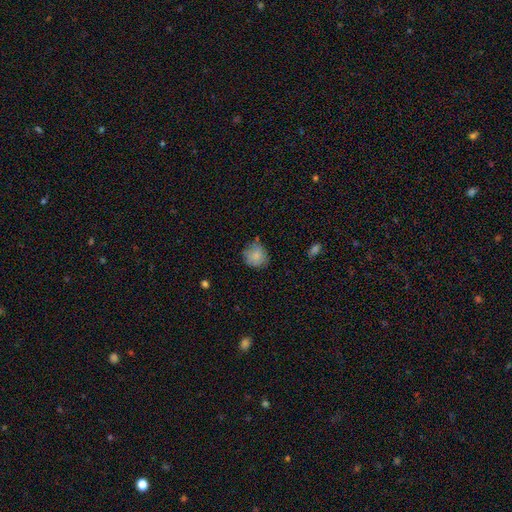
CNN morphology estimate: Smooth or featured? Predicted: smooth (p=0.83). How rounded? Predicted: round (p=0.85). Merging? Predicted: none (p=0.70).